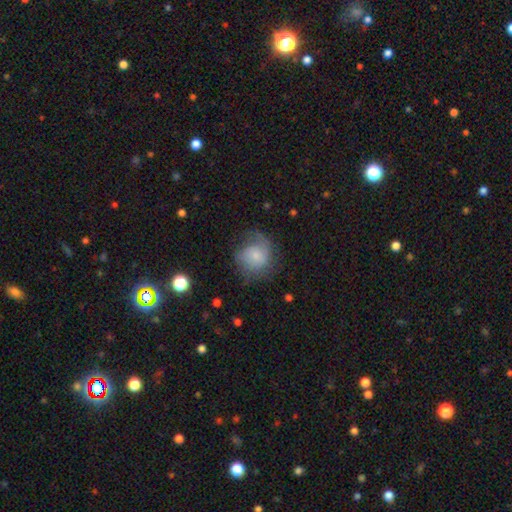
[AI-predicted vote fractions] Q: Smooth or featured?
A: smooth (55%); runner-up: featured or disk (36%)
Q: How rounded?
A: round (78%); runner-up: in between (21%)
Q: Merging?
A: none (51%); runner-up: minor disturbance (26%)